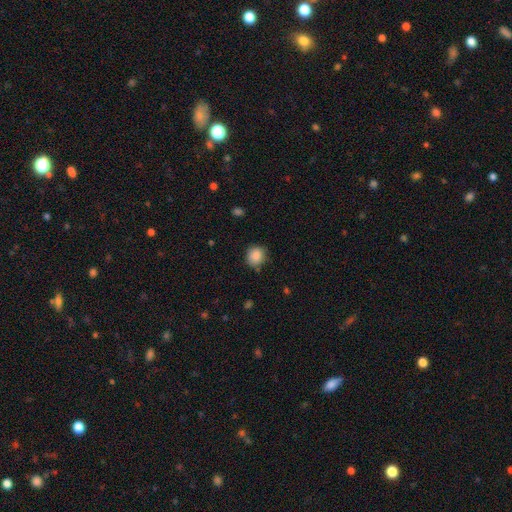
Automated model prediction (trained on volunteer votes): Smooth or featured?
  - smooth: 87% *
  - star or artifact: 9%
  - featured or disk: 4%
How rounded?
  - round: 78% *
  - in between: 21%
  - cigar-shaped: 1%
Merging?
  - none: 76% *
  - minor disturbance: 19%
  - major disturbance: 4%
  - merger: 2%